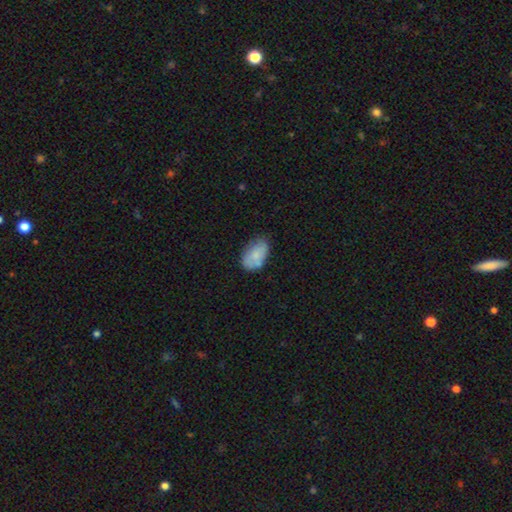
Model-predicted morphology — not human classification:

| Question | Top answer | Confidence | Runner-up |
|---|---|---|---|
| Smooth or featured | smooth | 76% | featured or disk (17%) |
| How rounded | in between | 91% | round (8%) |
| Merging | none | 61% | minor disturbance (26%) |